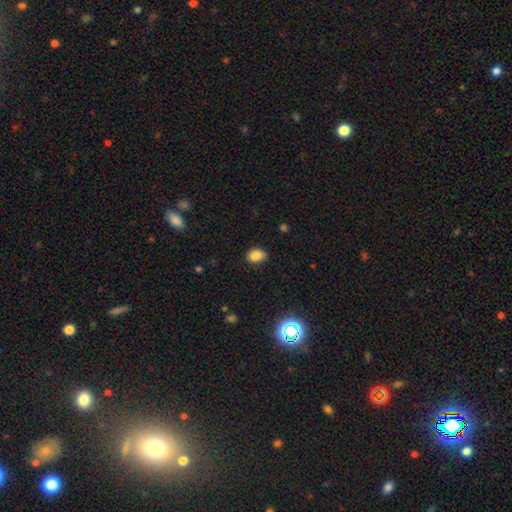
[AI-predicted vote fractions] smooth-or-featured: smooth: 84% | star or artifact: 11% | featured or disk: 5%
  how-rounded: in between: 68% | round: 31% | cigar-shaped: 1%
  merging: none: 81% | minor disturbance: 15% | major disturbance: 3% | merger: 1%